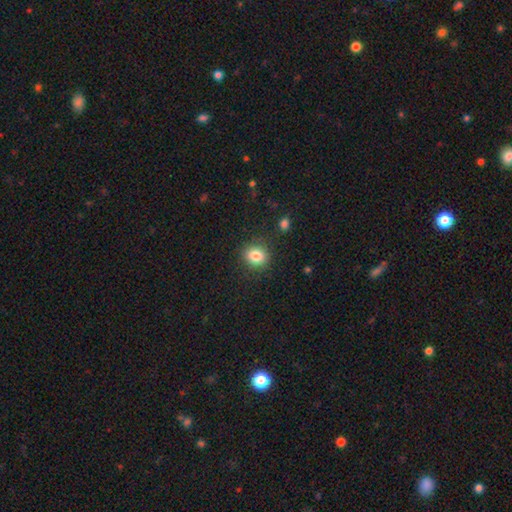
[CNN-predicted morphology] A smooth galaxy with no disk features (84%) that is round (75%).

Vote fractions:
- Smooth or featured? smooth: 84% / star or artifact: 11% / featured or disk: 6%
- How rounded? round: 75% / in between: 25% / cigar-shaped: 1%
- Merging? none: 87% / minor disturbance: 8% / major disturbance: 3% / merger: 2%